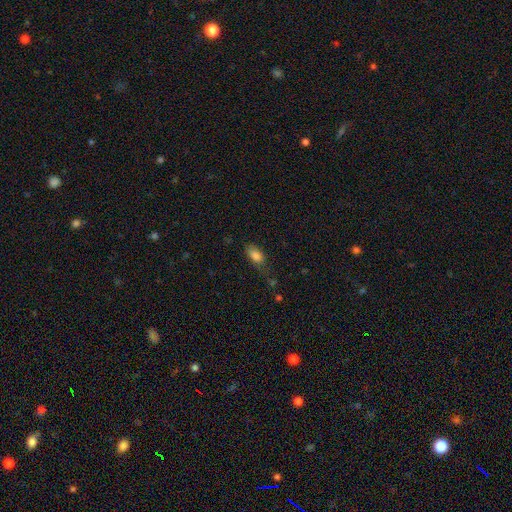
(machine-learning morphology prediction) A smooth galaxy with no disk features (82%) that is in between round and cigar-shaped (86%).

Vote fractions:
- Smooth or featured? smooth: 82% / star or artifact: 10% / featured or disk: 8%
- How rounded? in between: 86% / cigar-shaped: 7% / round: 7%
- Merging? none: 54% / minor disturbance: 29% / major disturbance: 13% / merger: 4%